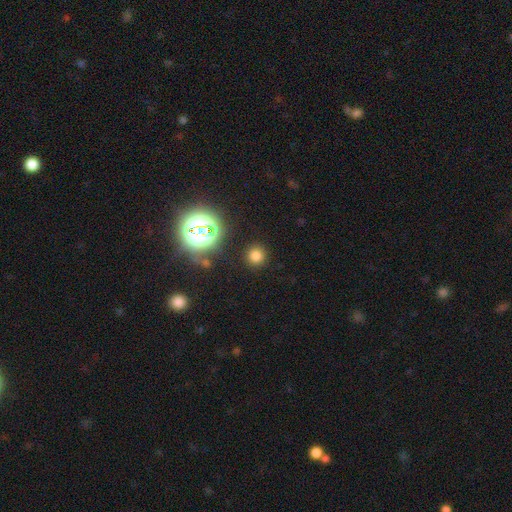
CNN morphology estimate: Smooth or featured? smooth (72%)
How rounded? round (93%)
Merging? none (89%)